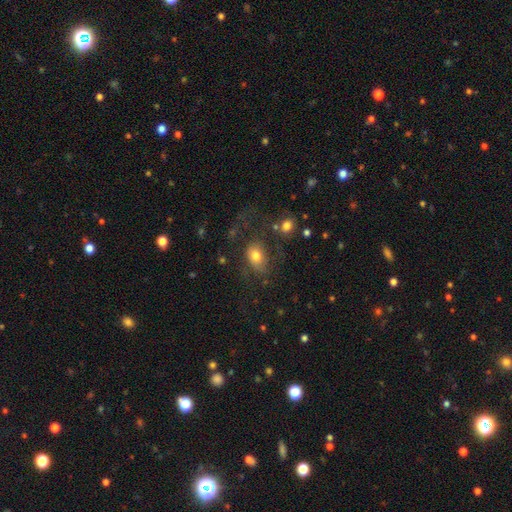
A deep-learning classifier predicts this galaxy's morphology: Overall: smooth (70%). How rounded: in between (71%). Merging: none (42%; major disturbance 31%).